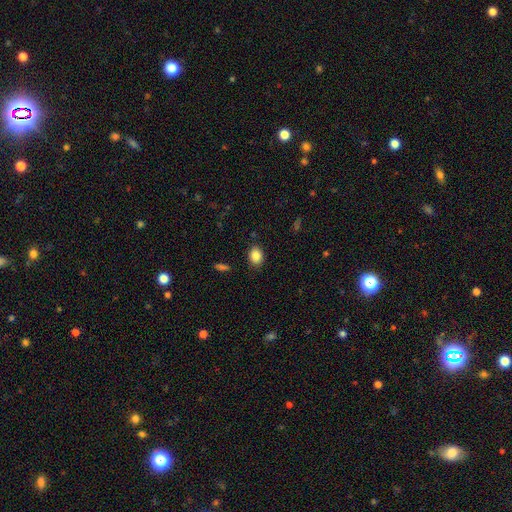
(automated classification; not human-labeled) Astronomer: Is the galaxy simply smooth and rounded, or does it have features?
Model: smooth — 86%.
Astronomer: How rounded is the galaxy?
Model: in between — 63%.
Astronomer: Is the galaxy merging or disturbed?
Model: none — 86%.